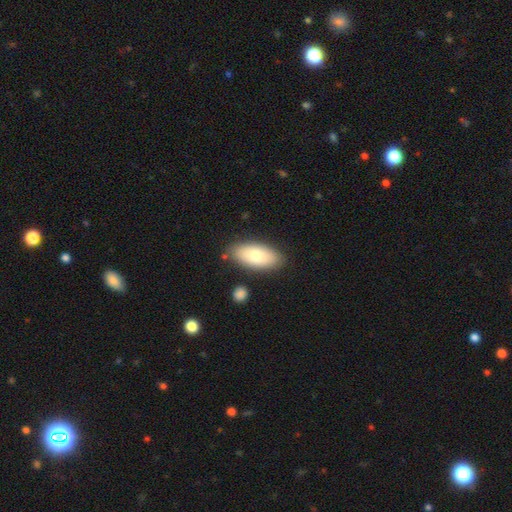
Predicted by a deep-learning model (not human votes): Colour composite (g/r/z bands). It shows a smooth galaxy with no disk features (77%) that is in between round and cigar-shaped (90%). Merging: none (82%).